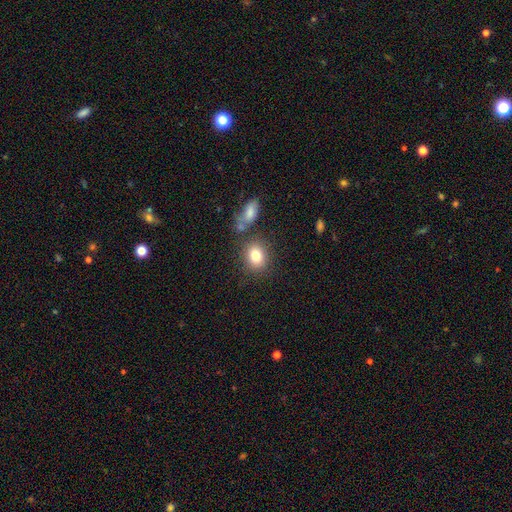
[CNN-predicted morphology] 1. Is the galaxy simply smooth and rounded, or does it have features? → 82% smooth, 10% star or artifact, 9% featured or disk.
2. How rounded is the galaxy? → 49% in between (tied), 49% round (tied), 1% cigar-shaped.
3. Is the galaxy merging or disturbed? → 74% none, 12% minor disturbance, 10% merger, 4% major disturbance.